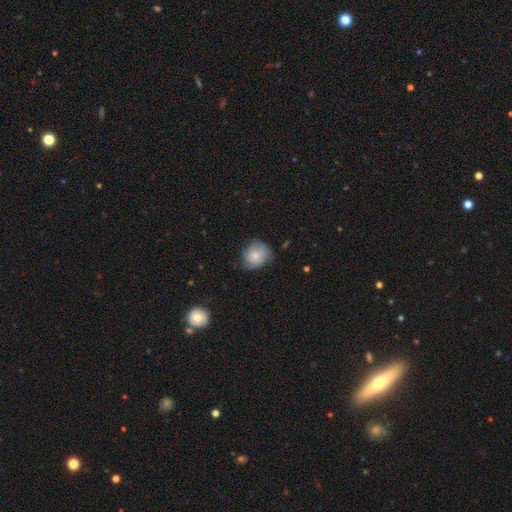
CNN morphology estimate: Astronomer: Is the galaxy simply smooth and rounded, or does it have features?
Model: smooth — 72%.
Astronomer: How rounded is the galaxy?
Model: round — 72%.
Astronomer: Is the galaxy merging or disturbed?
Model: none — 59%.